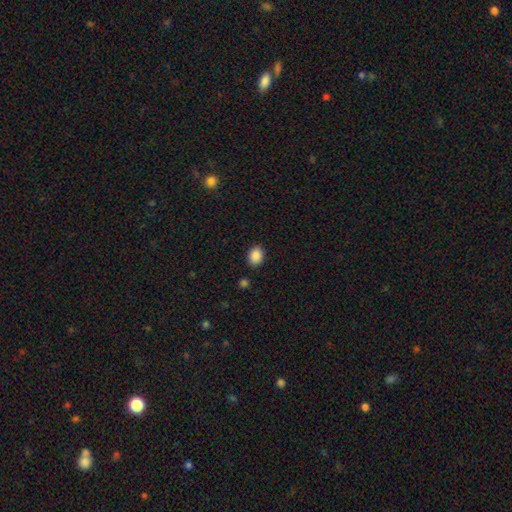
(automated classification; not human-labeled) Morphology: type=smooth (88%); roundness=in between (62%); merging=none (87%).